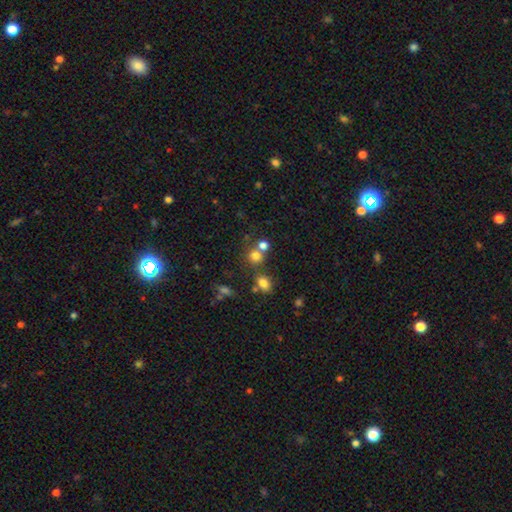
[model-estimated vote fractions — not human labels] Smooth or featured?
  - smooth: 73% *
  - star or artifact: 17%
  - featured or disk: 9%
How rounded?
  - round: 85% *
  - in between: 14%
  - cigar-shaped: 1%
Merging?
  - none: 57% *
  - merger: 31%
  - minor disturbance: 8%
  - major disturbance: 4%